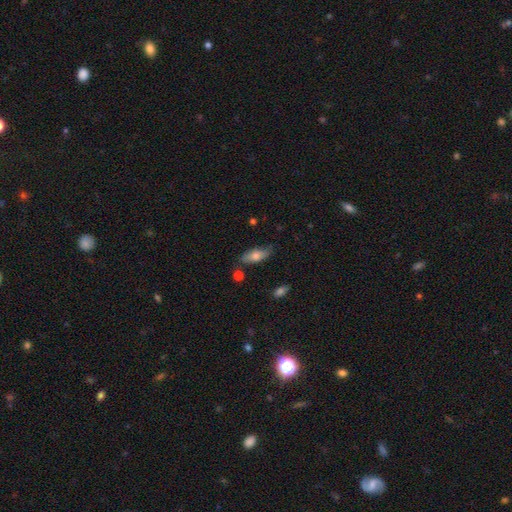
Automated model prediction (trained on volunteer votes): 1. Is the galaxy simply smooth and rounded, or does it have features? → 70% smooth, 23% featured or disk, 7% star or artifact.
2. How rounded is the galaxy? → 77% in between, 20% cigar-shaped, 3% round.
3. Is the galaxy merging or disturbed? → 73% none, 20% minor disturbance, 4% merger, 4% major disturbance.